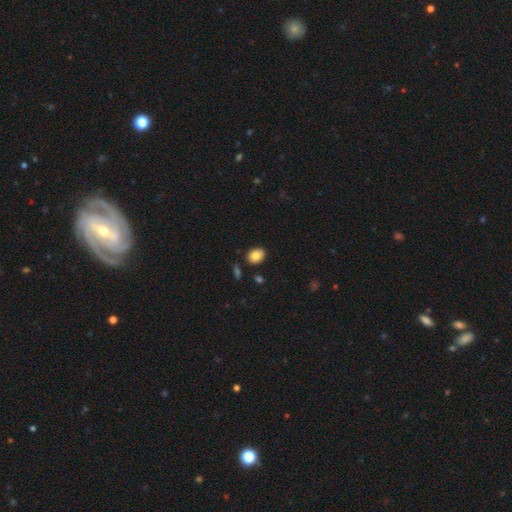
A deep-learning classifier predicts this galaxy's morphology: Smooth or featured? Predicted: smooth (p=0.82). How rounded? Predicted: in between (p=0.62). Merging? Predicted: none (p=0.84).